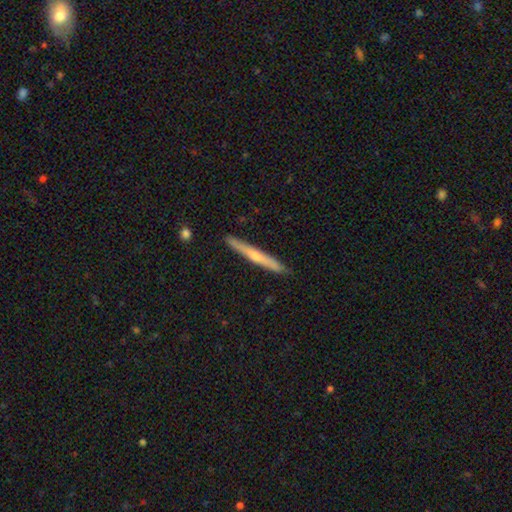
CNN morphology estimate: smooth_or_featured: featured or disk (p=0.62) [alt: smooth p=0.33]
disk_edge_on: yes (p=0.97) [alt: no p=0.03]
edge_on_bulge: rounded (p=0.74) [alt: none p=0.23]
merging: none (p=0.91) [alt: minor disturbance p=0.06]